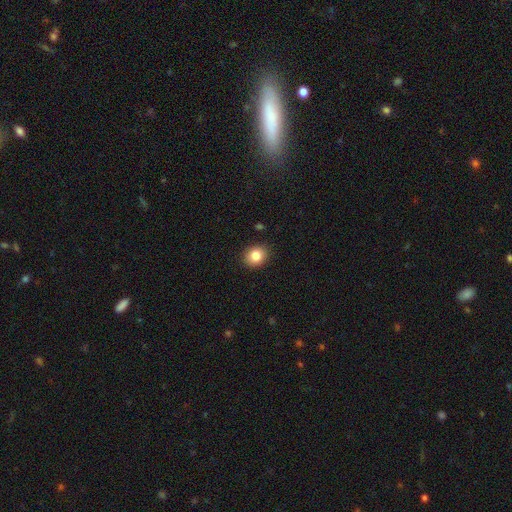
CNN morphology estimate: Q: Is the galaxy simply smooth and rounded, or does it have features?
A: smooth — 85%.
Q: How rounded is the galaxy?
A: round — 64%.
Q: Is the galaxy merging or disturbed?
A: none — 88%.